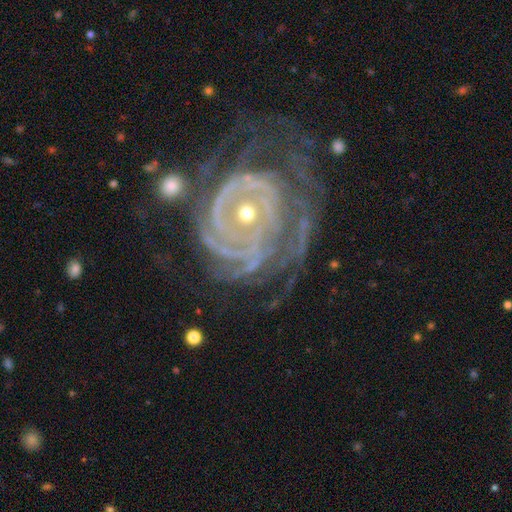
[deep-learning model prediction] The model was most divided on "spiral arm count": 3: 22%, can't tell: 20%, 2: 19%, 4: 17%, more than 4: 14%, 1: 9%. More confident: edge-on disk — no (97%); spiral arms — yes (97%); smooth or featured — featured or disk (88%); spiral winding — tight (76%); bar — no (75%); bulge size — small (61%); merging — none (60%).